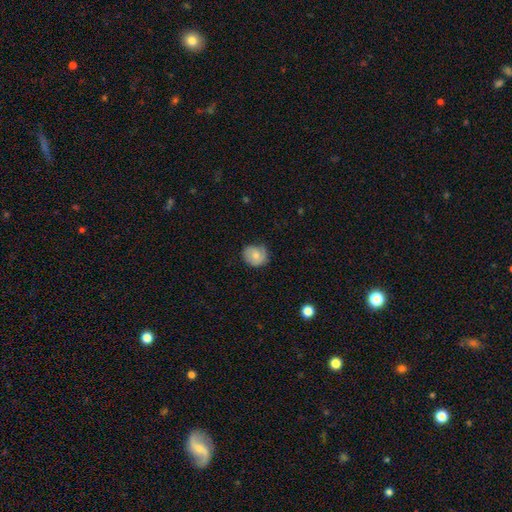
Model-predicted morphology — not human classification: A smooth galaxy with no disk features (60%) that is round (75%).

Vote fractions:
- Smooth or featured? smooth: 60% / featured or disk: 33% / star or artifact: 7%
- How rounded? round: 75% / in between: 24% / cigar-shaped: 1%
- Merging? none: 65% / minor disturbance: 27% / major disturbance: 7% / merger: 1%